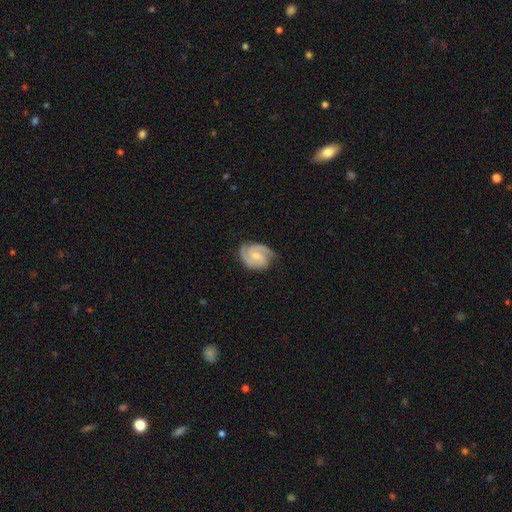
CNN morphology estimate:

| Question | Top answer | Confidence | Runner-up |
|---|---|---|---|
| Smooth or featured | featured or disk | 85% | smooth (10%) |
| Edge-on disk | no | 98% | yes (2%) |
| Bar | no | 50% | weak (41%) |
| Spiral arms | yes | 97% | no (3%) |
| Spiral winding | tight | 52% | medium (40%) |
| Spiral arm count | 2 | 60% | 3 (25%) |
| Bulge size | small | 54% | moderate (41%) |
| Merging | none | 71% | minor disturbance (21%) |